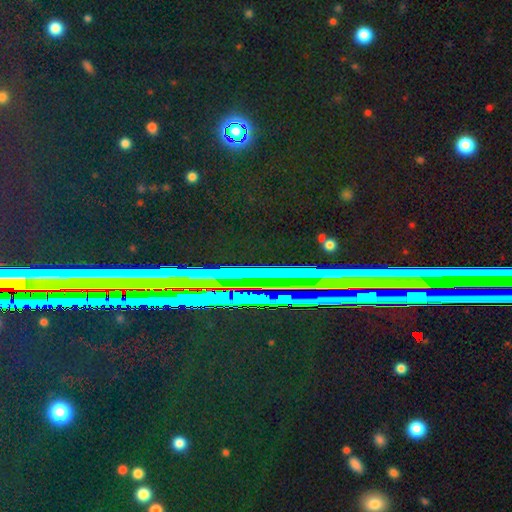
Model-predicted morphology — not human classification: Overall: star or artifact (75%).